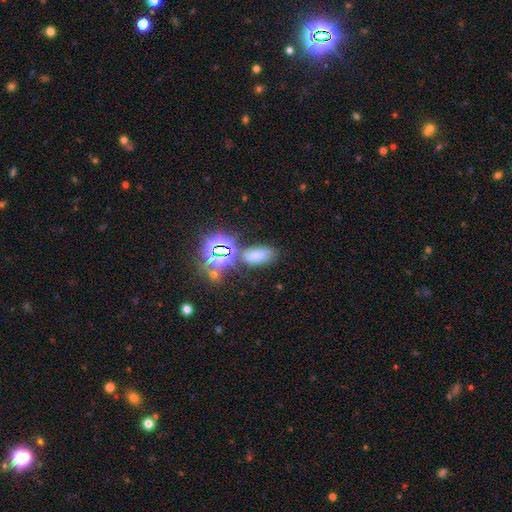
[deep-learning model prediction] This is possibly a smooth galaxy (58%). How rounded: clearly in between (88%). Merging: likely none (63%).